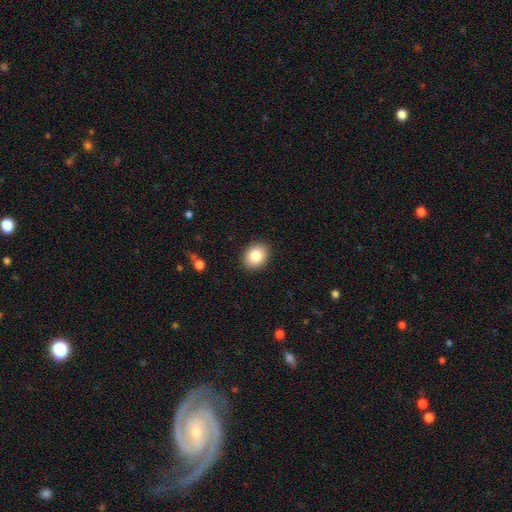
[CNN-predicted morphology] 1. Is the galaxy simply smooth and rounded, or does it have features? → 85% smooth, 8% star or artifact, 7% featured or disk.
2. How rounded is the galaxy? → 55% in between, 44% round, 1% cigar-shaped.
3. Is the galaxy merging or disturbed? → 90% none, 7% minor disturbance, 2% major disturbance, 1% merger.